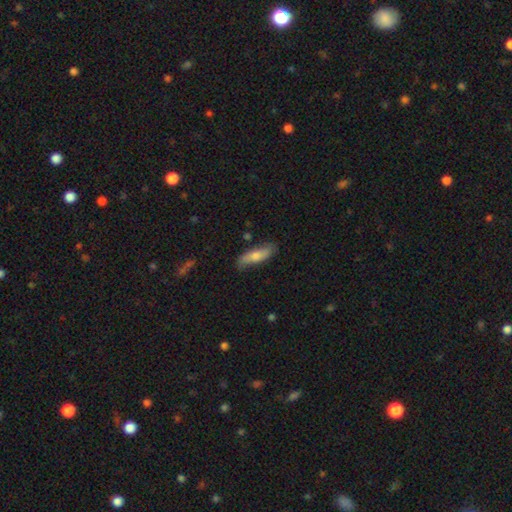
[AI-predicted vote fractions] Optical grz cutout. It shows a smooth galaxy with no disk features (60%) that is cigar-shaped (56%). Merging: none (77%).